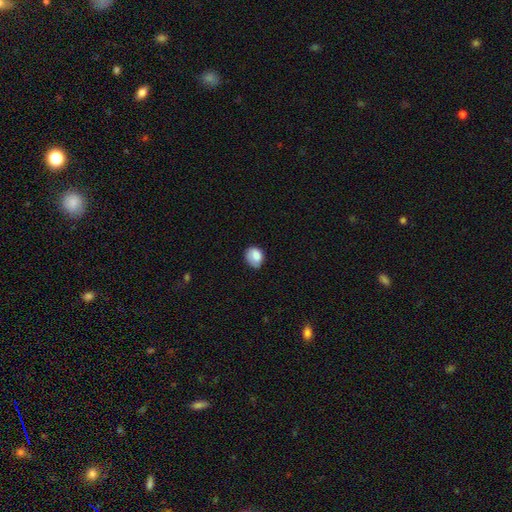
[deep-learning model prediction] smooth_or_featured: smooth (p=0.81) [alt: featured or disk p=0.11]
how_rounded: in between (p=0.51) [alt: round p=0.48]
merging: none (p=0.55) [alt: minor disturbance p=0.33]